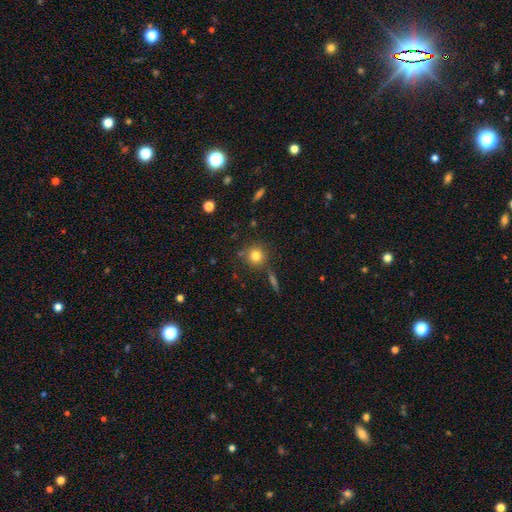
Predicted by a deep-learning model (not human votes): Smooth or featured: smooth — 79% (star or artifact — 12%)
How rounded: round — 92% (in between — 7%)
Merging: none — 78% (minor disturbance — 11%)